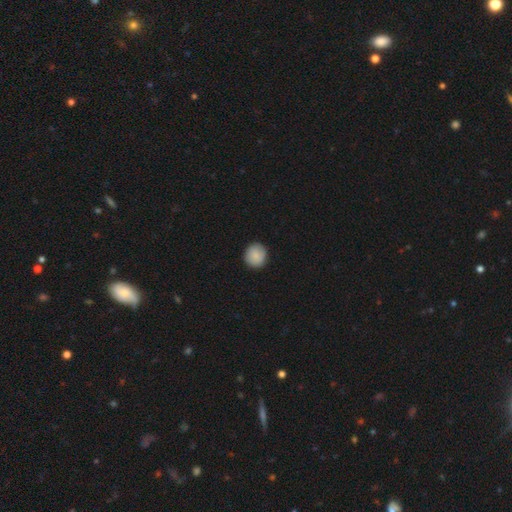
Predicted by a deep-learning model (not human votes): The model was most divided on "smooth or featured": smooth: 88%, star or artifact: 7%, featured or disk: 5%. More confident: how rounded — round (91%); merging — none (91%).